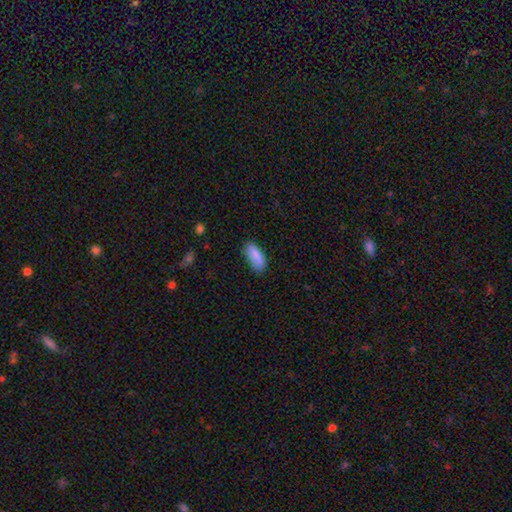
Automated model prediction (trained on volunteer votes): Morphology: type=smooth (87%); roundness=in between (79%); merging=none (73%).